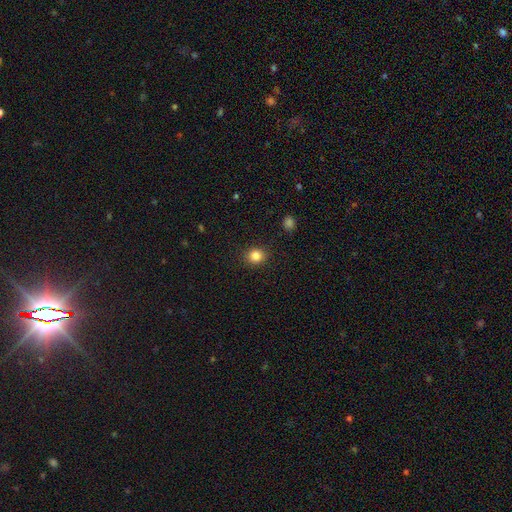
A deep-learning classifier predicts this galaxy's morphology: A smooth galaxy with no disk features (84%) that is round (82%). Merging: none (89%).